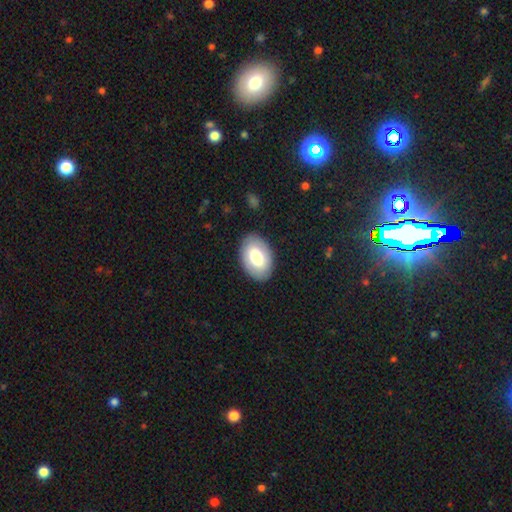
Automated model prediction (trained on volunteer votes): Morphology: type=smooth (71%); roundness=in between (90%); merging=none (86%).